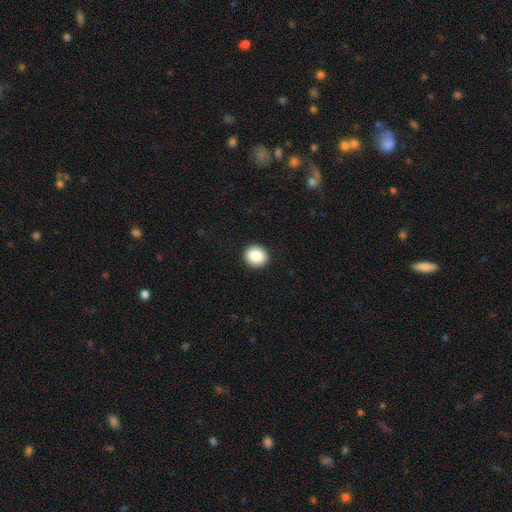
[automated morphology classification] Smooth or featured: smooth — 87% (star or artifact — 8%)
How rounded: round — 88% (in between — 11%)
Merging: none — 92% (minor disturbance — 5%)